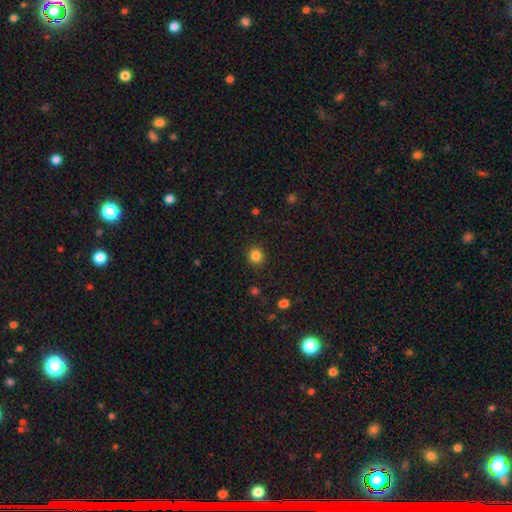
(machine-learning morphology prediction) This appears to be a smooth galaxy with no disk features (84%) that is round (90%). Merging: none (90%).